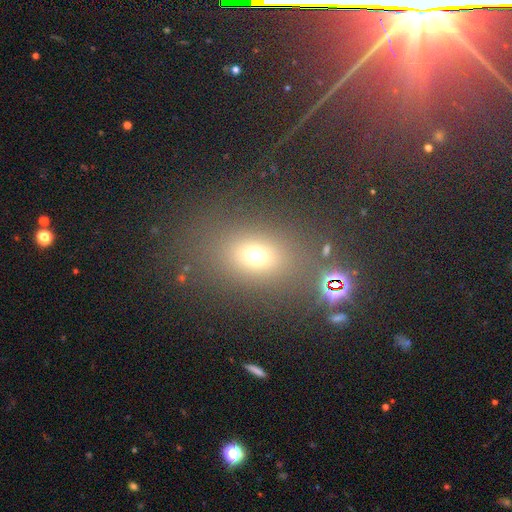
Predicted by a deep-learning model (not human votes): This is likely a smooth galaxy (64%). How rounded: possibly in between (57%). Merging: likely none (76%).